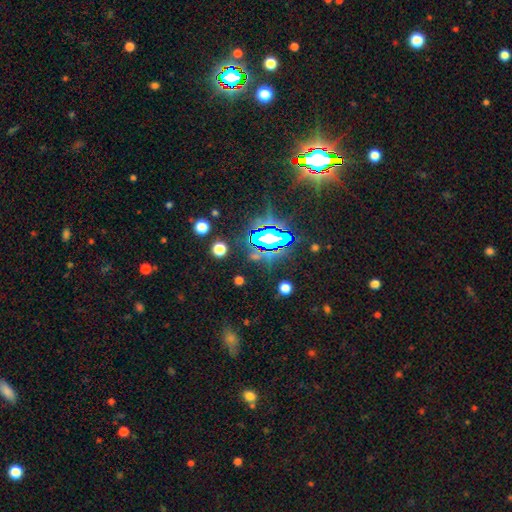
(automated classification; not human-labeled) Q: Smooth or featured?
A: star or artifact (72%); runner-up: smooth (16%)